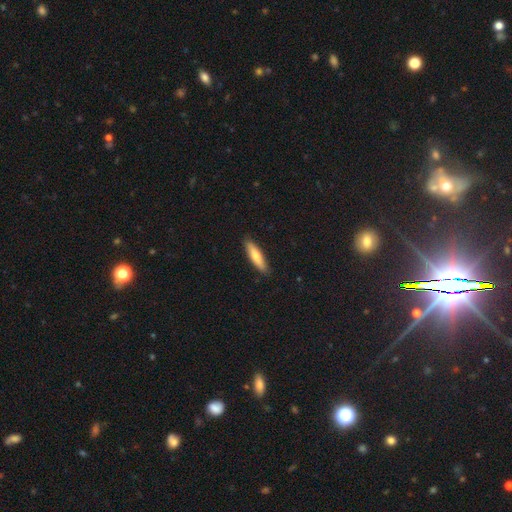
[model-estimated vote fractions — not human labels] The model was most divided on "smooth or featured": smooth: 68%, featured or disk: 26%, star or artifact: 5%. More confident: merging — none (89%); how rounded — cigar-shaped (76%).